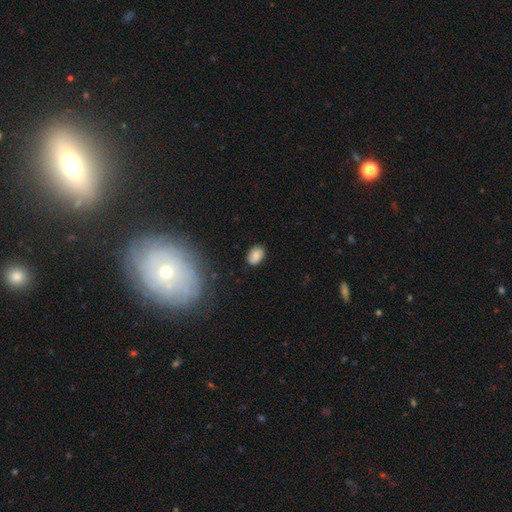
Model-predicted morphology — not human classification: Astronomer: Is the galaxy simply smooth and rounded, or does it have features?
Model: smooth — 76%.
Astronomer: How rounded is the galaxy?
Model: in between — 77%.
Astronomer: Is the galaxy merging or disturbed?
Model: none — 78%.